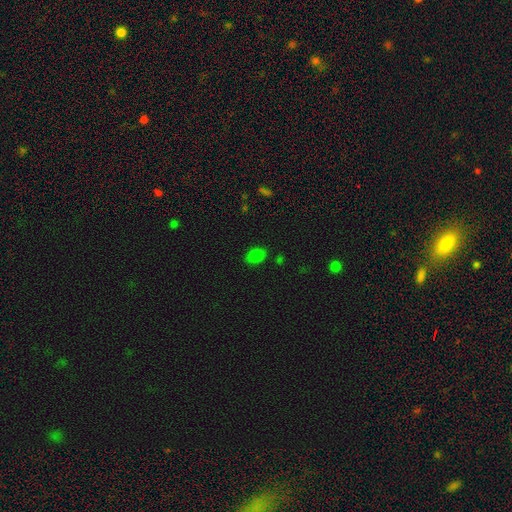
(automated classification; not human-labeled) smooth_or_featured: smooth (p=0.80) [alt: star or artifact p=0.16]
how_rounded: in between (p=0.75) [alt: round p=0.23]
merging: none (p=0.83) [alt: minor disturbance p=0.12]